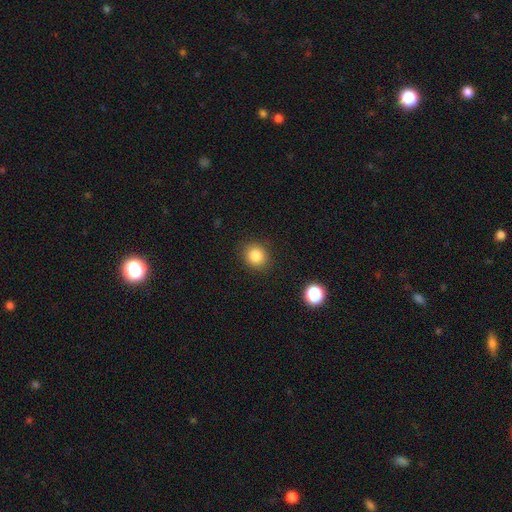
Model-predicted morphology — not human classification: A smooth galaxy with no disk features (84%) that is round (81%). Merging: none (88%).